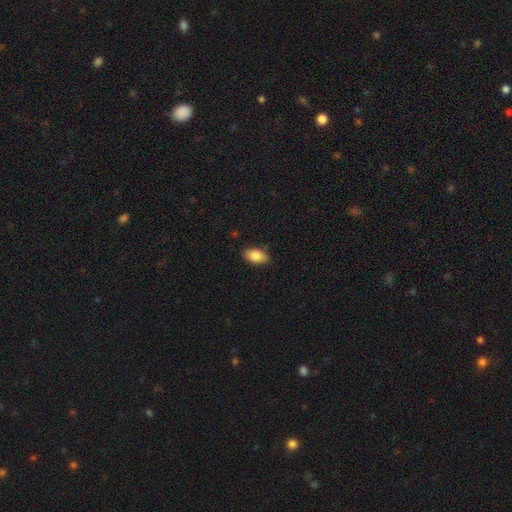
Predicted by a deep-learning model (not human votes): Q: Smooth or featured?
A: smooth (85%); runner-up: featured or disk (8%)
Q: How rounded?
A: in between (92%); runner-up: round (6%)
Q: Merging?
A: none (87%); runner-up: minor disturbance (10%)